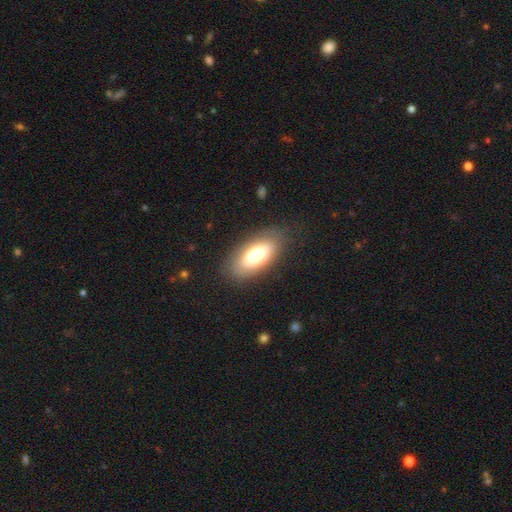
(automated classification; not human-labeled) Q: Smooth or featured?
A: smooth (76%); runner-up: featured or disk (17%)
Q: How rounded?
A: in between (89%); runner-up: cigar-shaped (9%)
Q: Merging?
A: none (81%); runner-up: minor disturbance (13%)